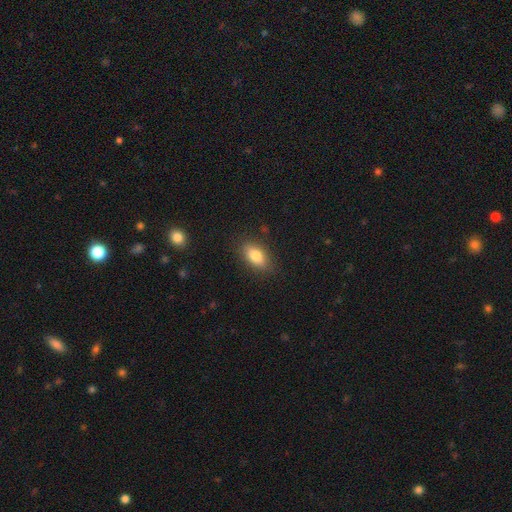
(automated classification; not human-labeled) Morphology: type=smooth (80%); roundness=in between (88%); merging=none (85%).